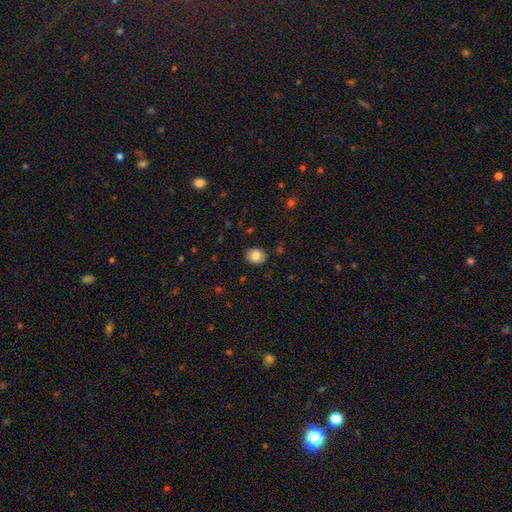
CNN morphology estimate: A smooth galaxy with no disk features (84%) that is round (53%). Merging: none (88%).